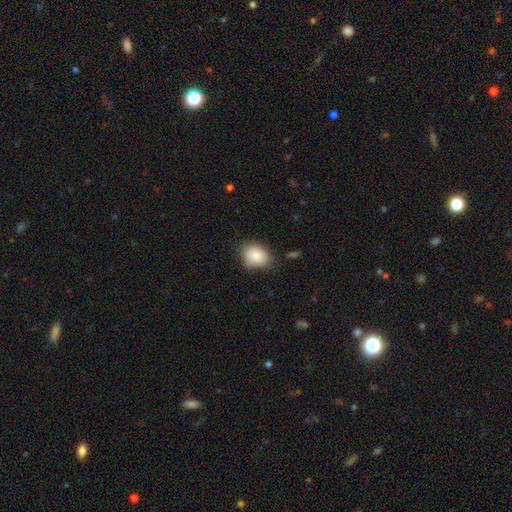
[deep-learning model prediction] This appears to be a smooth galaxy with no disk features (84%) that is in between round and cigar-shaped (64%). Merging: none (73%).